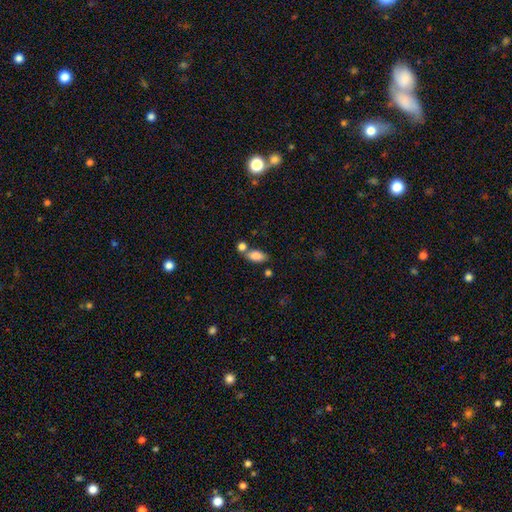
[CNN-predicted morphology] This appears to be a smooth galaxy with no disk features (84%) that is in between round and cigar-shaped (89%). Merging: none (59%).